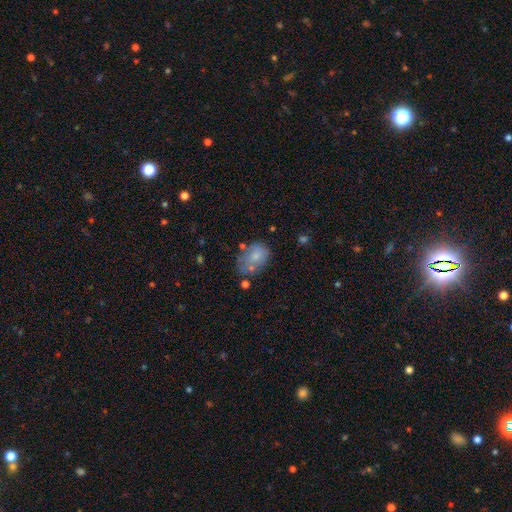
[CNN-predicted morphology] A smooth galaxy with no disk features (70%) that is in between round and cigar-shaped (74%). Merging: none (50%).